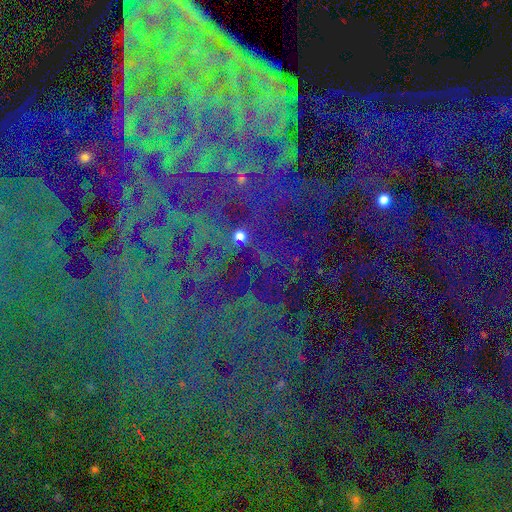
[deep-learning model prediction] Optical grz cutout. It shows a star or artifact, not a galaxy (80%).